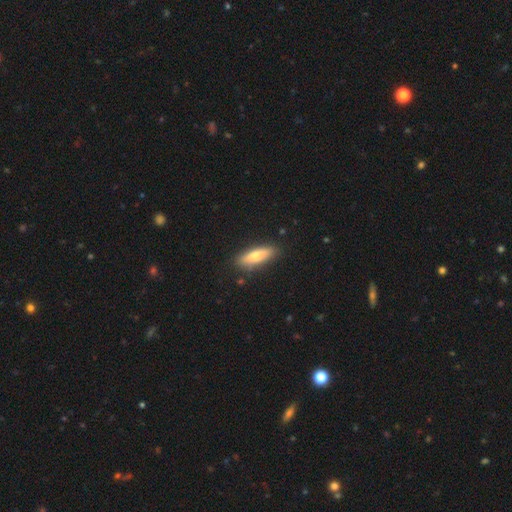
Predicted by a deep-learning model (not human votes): A smooth galaxy with no disk features (74%) that is cigar-shaped (50%).

Vote fractions:
- Smooth or featured? smooth: 74% / featured or disk: 20% / star or artifact: 6%
- How rounded? cigar-shaped: 50% / in between: 48% / round: 2%
- Merging? none: 84% / minor disturbance: 12% / major disturbance: 2% / merger: 2%